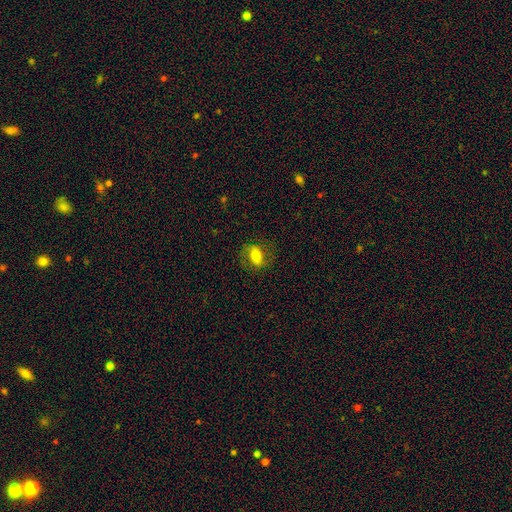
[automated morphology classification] Smooth or featured: smooth — 56% (featured or disk — 34%)
How rounded: in between — 78% (round — 19%)
Merging: none — 71% (minor disturbance — 17%)